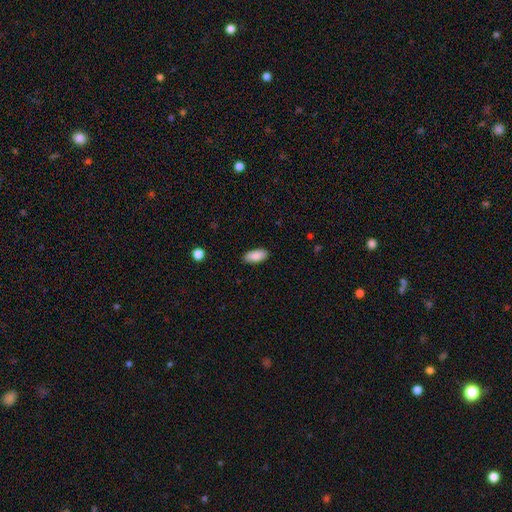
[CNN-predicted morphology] type=smooth (90%); roundness=in between (90%); merging=none (87%).